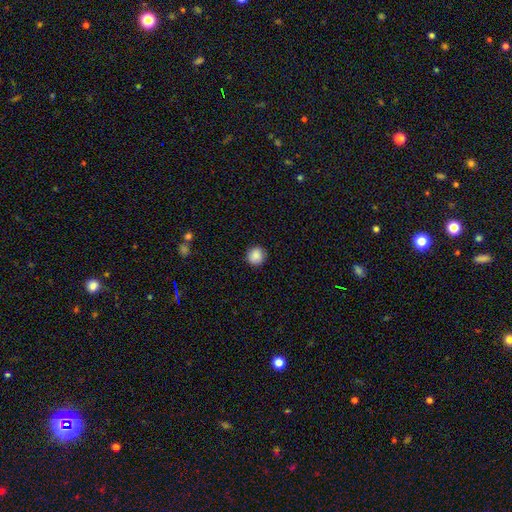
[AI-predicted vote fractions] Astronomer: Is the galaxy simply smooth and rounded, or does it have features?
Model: smooth — 88%.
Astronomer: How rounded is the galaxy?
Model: round — 92%.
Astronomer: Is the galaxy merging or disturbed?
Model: none — 90%.